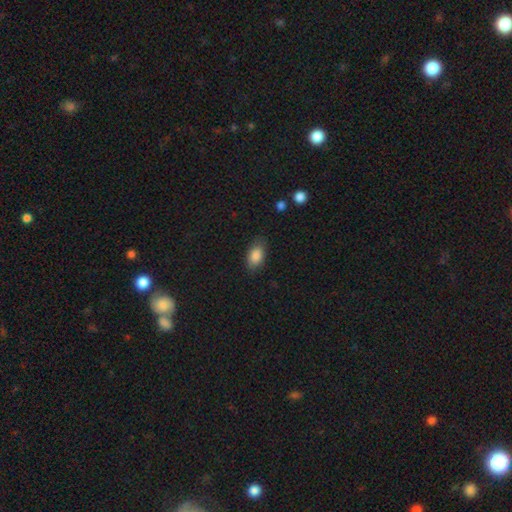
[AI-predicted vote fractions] smooth_or_featured: smooth (p=0.86) [alt: star or artifact p=0.08]
how_rounded: in between (p=0.89) [alt: round p=0.08]
merging: none (p=0.81) [alt: minor disturbance p=0.14]